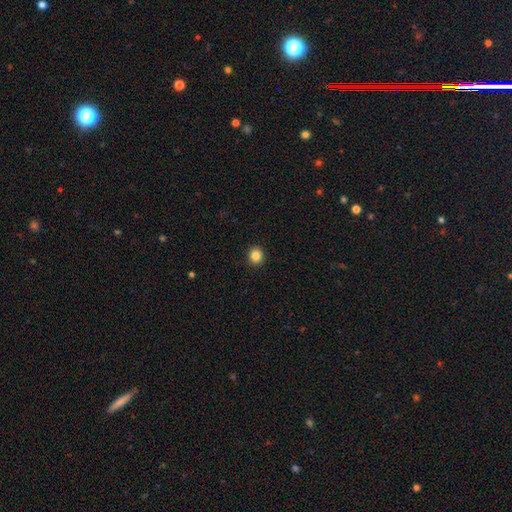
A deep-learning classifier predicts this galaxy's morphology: Smooth or featured: smooth — 85% (star or artifact — 11%)
How rounded: round — 90% (in between — 9%)
Merging: none — 93% (minor disturbance — 5%)